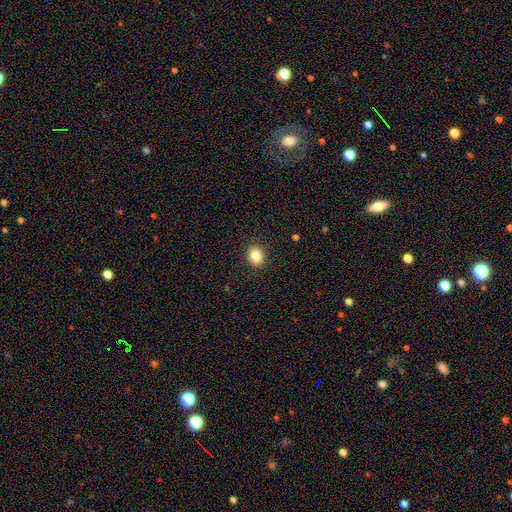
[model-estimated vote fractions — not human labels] Overall: smooth (84%). How rounded: round (57%; in between 42%). Merging: none (90%).